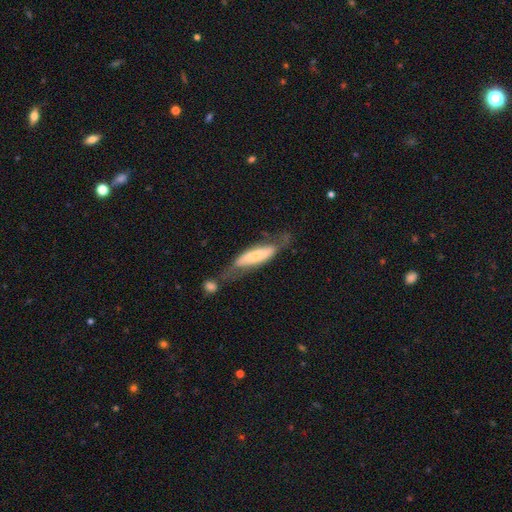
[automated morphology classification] smooth_or_featured: smooth (p=0.51) [alt: featured or disk p=0.43]
how_rounded: cigar-shaped (p=0.58) [alt: in between p=0.40]
merging: none (p=0.40) [alt: minor disturbance p=0.25]